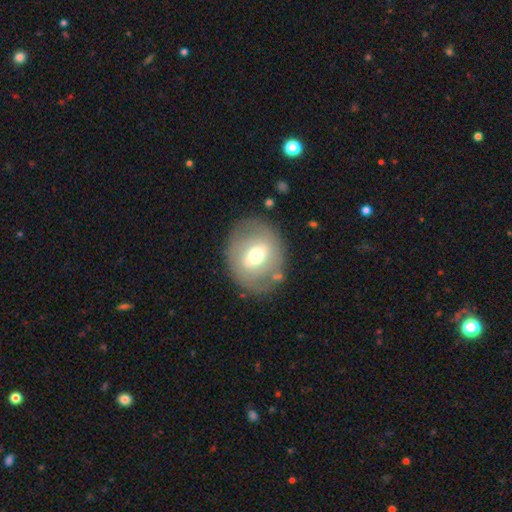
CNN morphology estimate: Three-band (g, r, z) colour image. It shows a smooth galaxy with no disk features (50%) that is round (64%). Merging: none (78%).